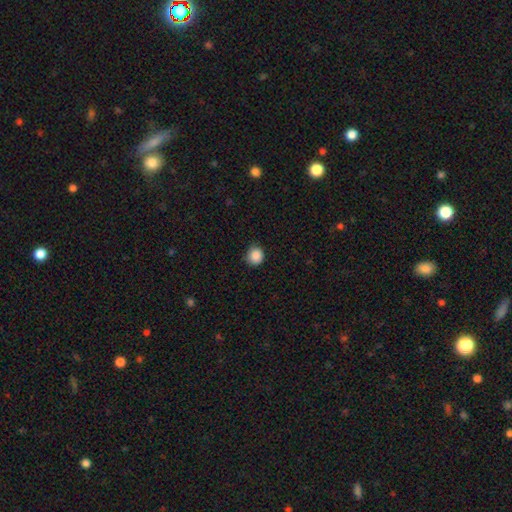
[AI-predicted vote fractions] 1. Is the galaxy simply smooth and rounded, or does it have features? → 88% smooth, 9% star or artifact, 3% featured or disk.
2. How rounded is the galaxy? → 88% round, 11% in between, 1% cigar-shaped.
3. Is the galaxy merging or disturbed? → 80% none, 16% minor disturbance, 3% major disturbance, 1% merger.